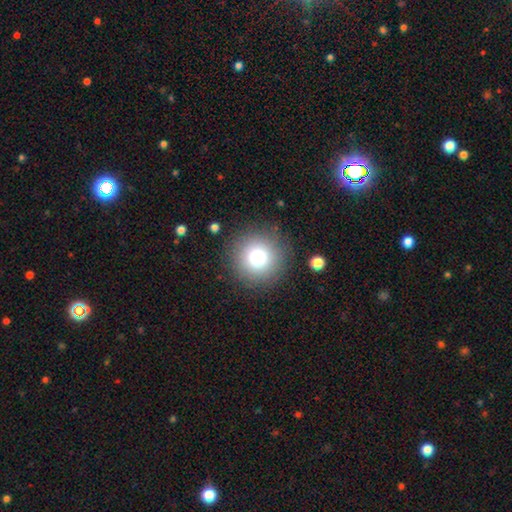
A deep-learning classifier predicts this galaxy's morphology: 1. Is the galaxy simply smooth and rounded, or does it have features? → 79% smooth, 12% star or artifact, 9% featured or disk.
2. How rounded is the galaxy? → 95% round, 4% in between, 1% cigar-shaped.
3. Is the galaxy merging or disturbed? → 88% none, 7% minor disturbance, 3% major disturbance, 2% merger.